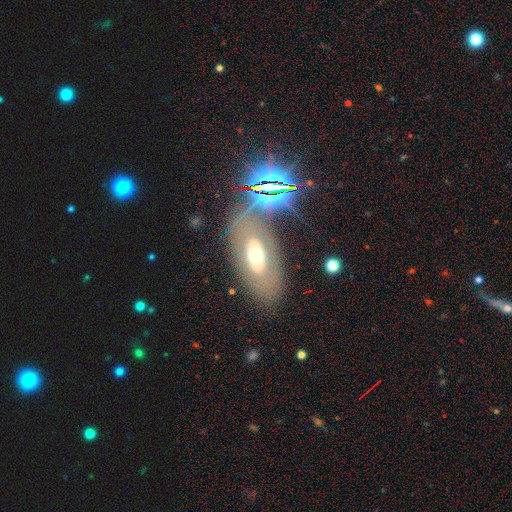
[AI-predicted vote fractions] A featured or disk galaxy (52%). Merging: none (70%).